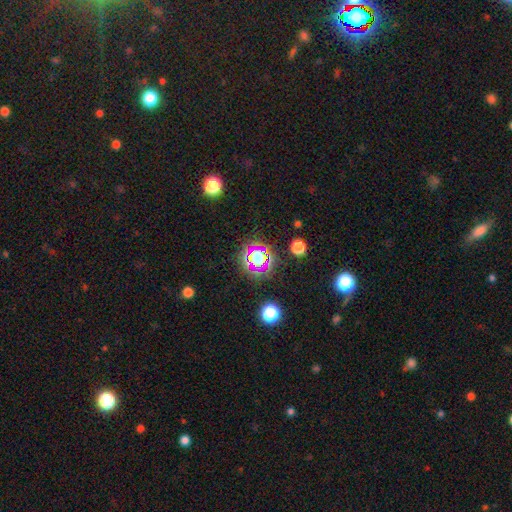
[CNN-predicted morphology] smooth_or_featured: star or artifact (p=0.62) [alt: smooth p=0.27]